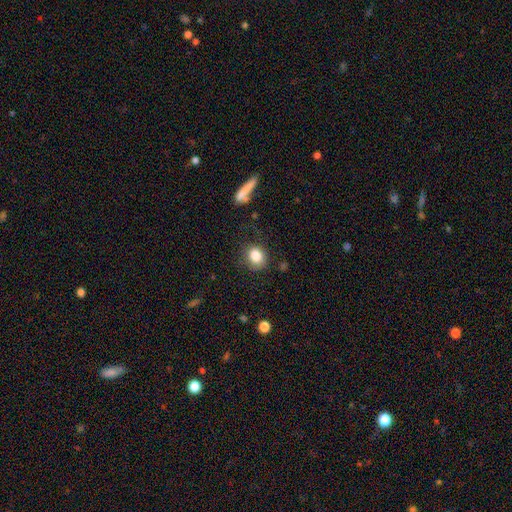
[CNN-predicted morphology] Smooth or featured? Predicted: smooth (p=0.84). How rounded? Predicted: round (p=0.65). Merging? Predicted: none (p=0.76).